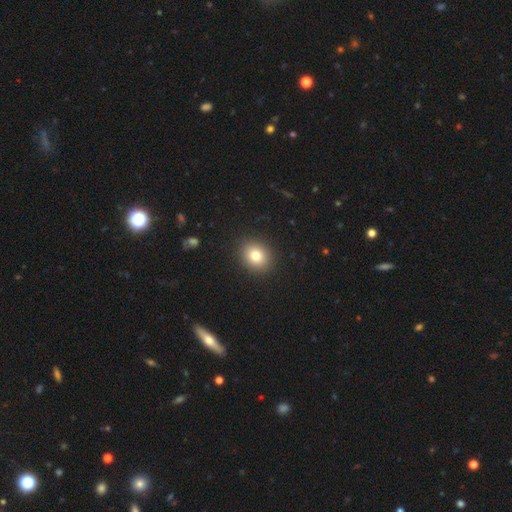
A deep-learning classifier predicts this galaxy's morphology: Smooth or featured? smooth (79%)
How rounded? round (65%)
Merging? none (90%)